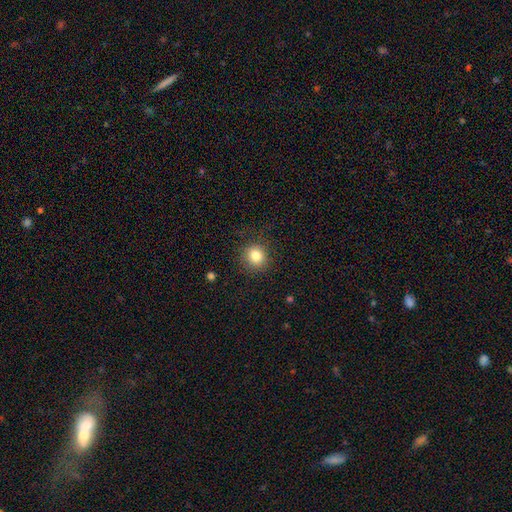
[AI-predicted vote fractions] Smooth or featured?
  - smooth: 83% *
  - star or artifact: 11%
  - featured or disk: 6%
How rounded?
  - round: 88% *
  - in between: 11%
  - cigar-shaped: 1%
Merging?
  - none: 86% *
  - minor disturbance: 9%
  - major disturbance: 4%
  - merger: 1%